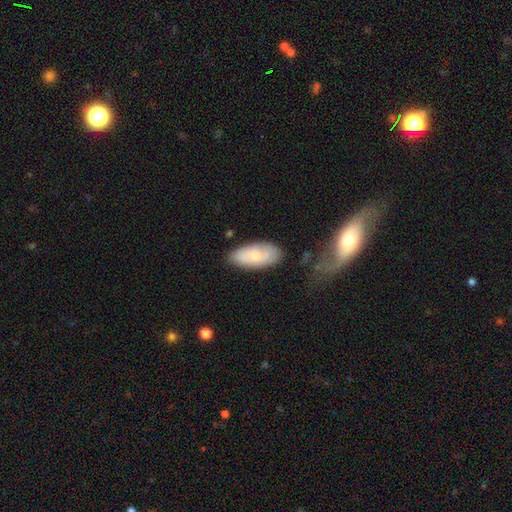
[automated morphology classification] Smooth or featured?
  - smooth: 69% *
  - featured or disk: 25%
  - star or artifact: 6%
How rounded?
  - in between: 91% *
  - cigar-shaped: 7%
  - round: 2%
Merging?
  - none: 73% *
  - minor disturbance: 19%
  - major disturbance: 4%
  - merger: 3%